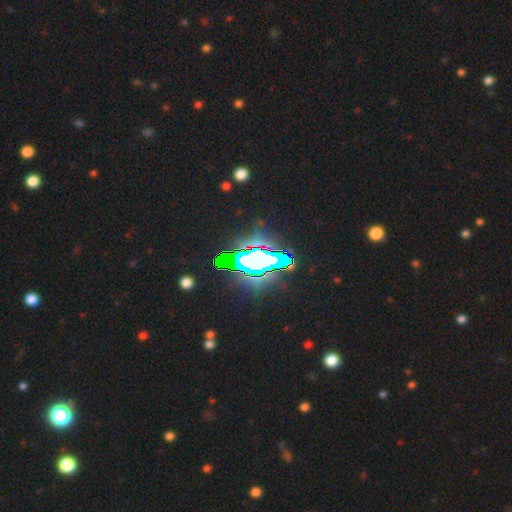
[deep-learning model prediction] This is likely a star or artifact rather than a galaxy (67%).